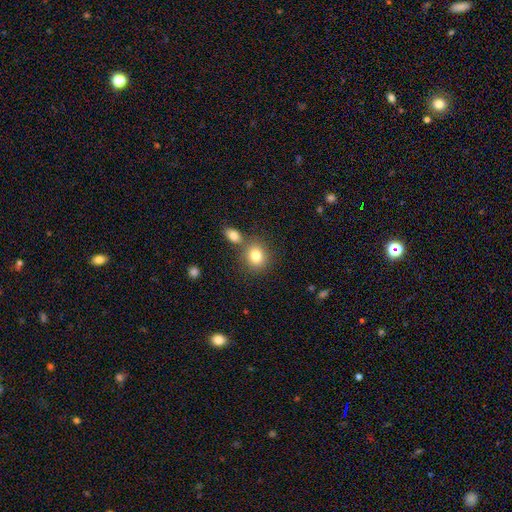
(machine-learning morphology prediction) Smooth or featured? smooth (81%)
How rounded? round (70%)
Merging? none (64%)